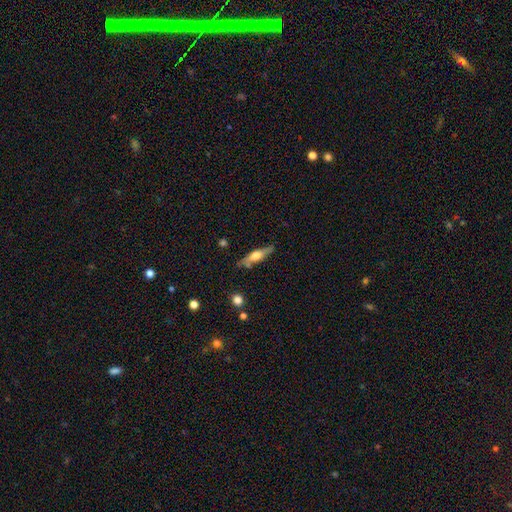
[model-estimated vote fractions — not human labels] Smooth or featured?
  - featured or disk: 55% *
  - smooth: 39%
  - star or artifact: 6%
Edge-on disk?
  - yes: 90% *
  - no: 10%
Merging?
  - none: 76% *
  - minor disturbance: 16%
  - merger: 4%
  - major disturbance: 4%